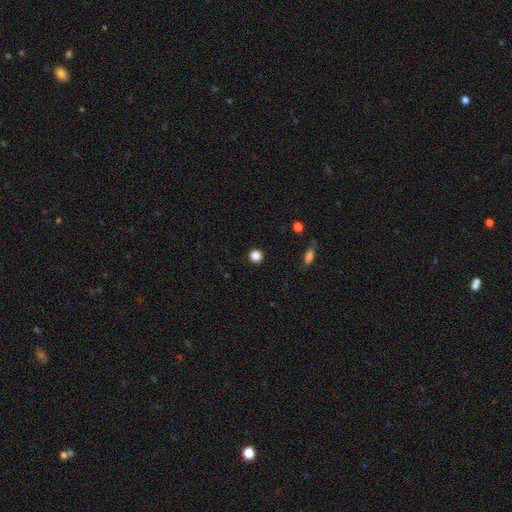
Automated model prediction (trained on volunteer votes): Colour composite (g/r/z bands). It shows a smooth galaxy with no disk features (86%) that is round (91%). Merging: none (91%).